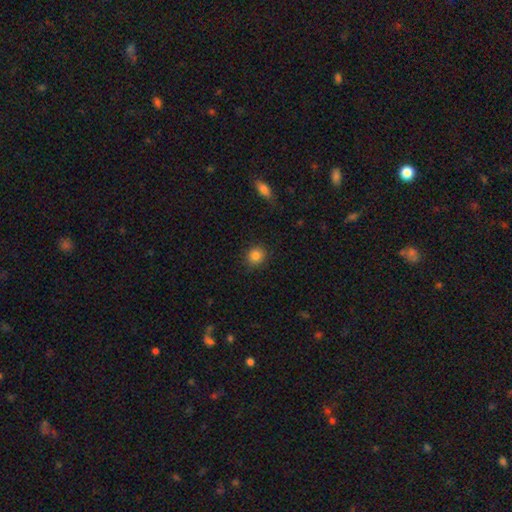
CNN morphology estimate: Smooth or featured: smooth — 85% (star or artifact — 10%)
How rounded: round — 87% (in between — 12%)
Merging: none — 89% (minor disturbance — 8%)